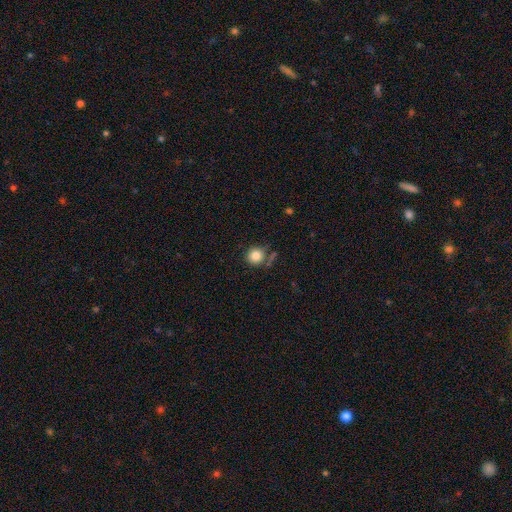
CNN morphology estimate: A smooth galaxy with no disk features (84%) that is round (91%). Merging: none (70%).